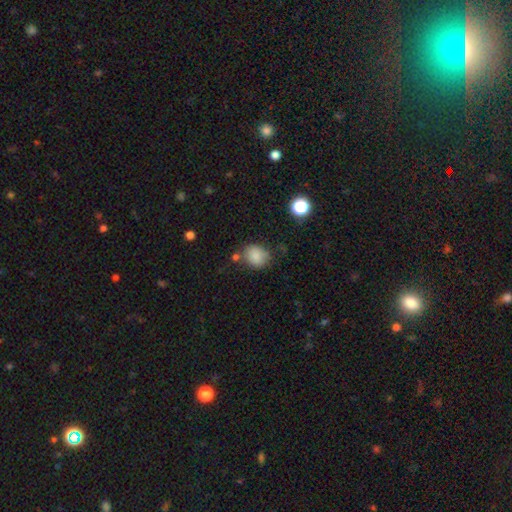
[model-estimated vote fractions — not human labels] Overall: smooth (84%). How rounded: round (61%; in between 38%). Merging: none (66%).